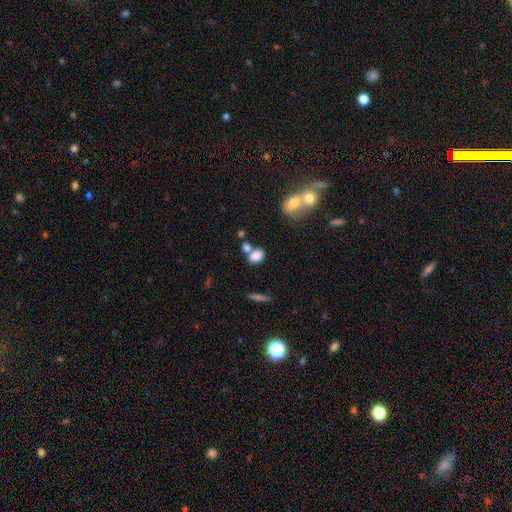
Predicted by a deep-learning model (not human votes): Overall: smooth (82%). How rounded: in between (77%). Merging: none (43%; merger 40%).